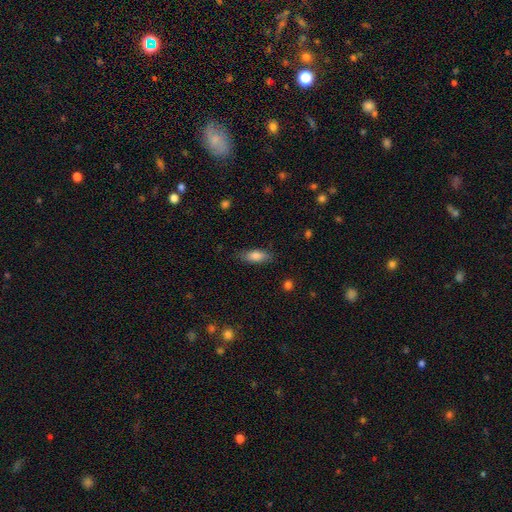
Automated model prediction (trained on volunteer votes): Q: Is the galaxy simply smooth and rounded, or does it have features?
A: smooth — 81%.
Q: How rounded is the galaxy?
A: in between — 74%.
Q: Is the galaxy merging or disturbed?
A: none — 81%.